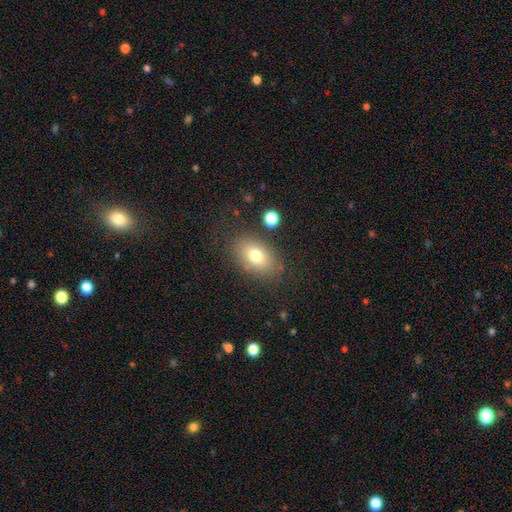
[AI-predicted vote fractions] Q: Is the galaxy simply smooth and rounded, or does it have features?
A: smooth — 76%.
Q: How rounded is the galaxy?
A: in between — 84%.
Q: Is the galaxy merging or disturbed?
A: none — 79%.